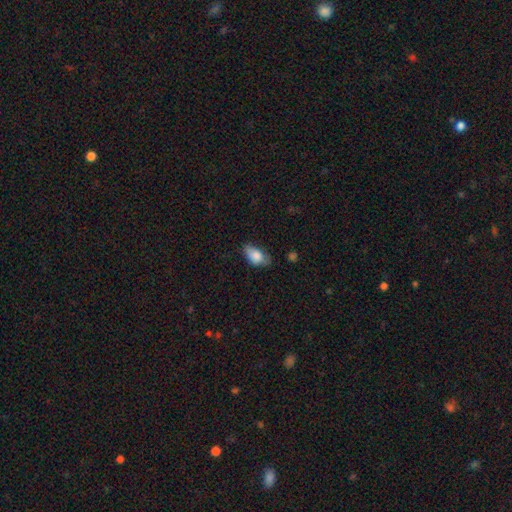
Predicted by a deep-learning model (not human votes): Smooth or featured? Predicted: smooth (p=0.80). How rounded? Predicted: in between (p=0.91). Merging? Predicted: none (p=0.44).